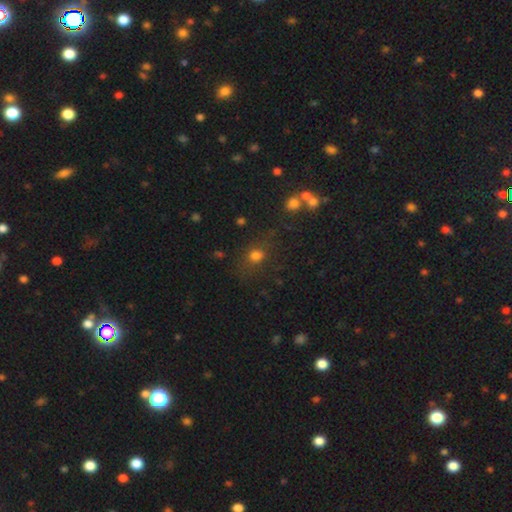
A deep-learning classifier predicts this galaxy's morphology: Smooth or featured: smooth — 72% (star or artifact — 18%)
How rounded: round — 65% (in between — 33%)
Merging: none — 68% (minor disturbance — 16%)